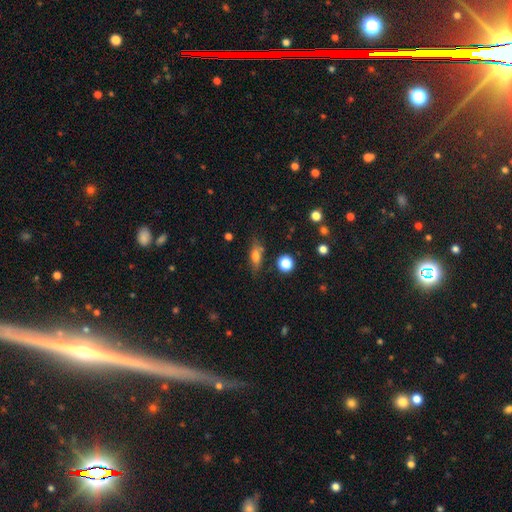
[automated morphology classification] type=smooth (67%); roundness=in between (62%); merging=none (71%).